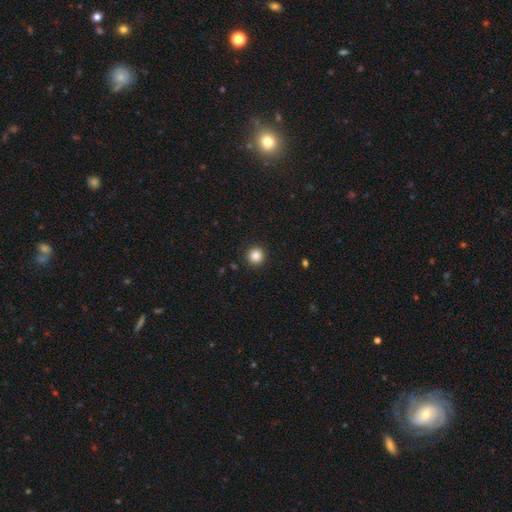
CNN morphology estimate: Smooth or featured? Predicted: smooth (p=0.86). How rounded? Predicted: round (p=0.95). Merging? Predicted: none (p=0.92).